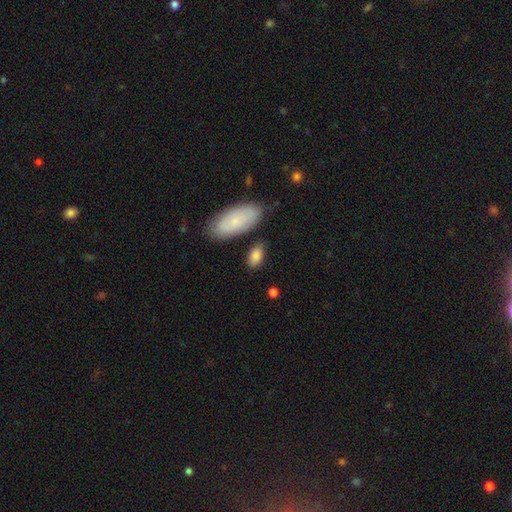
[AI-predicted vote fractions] Q: Smooth or featured?
A: smooth (85%); runner-up: featured or disk (8%)
Q: How rounded?
A: in between (91%); runner-up: round (5%)
Q: Merging?
A: none (75%); runner-up: minor disturbance (15%)